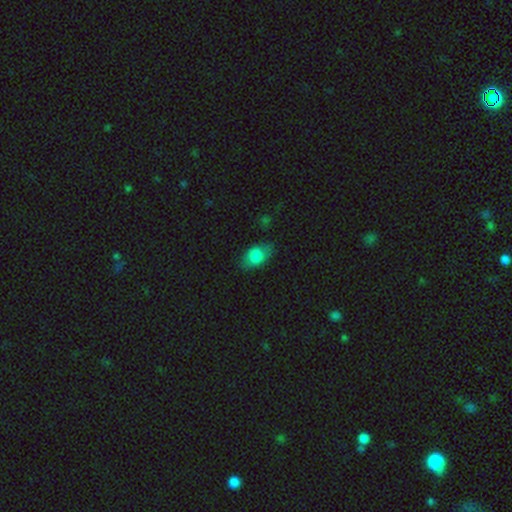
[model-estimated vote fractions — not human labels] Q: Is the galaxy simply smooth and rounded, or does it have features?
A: smooth — 79%.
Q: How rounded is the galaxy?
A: in between — 85%.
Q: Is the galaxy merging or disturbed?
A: none — 70%.